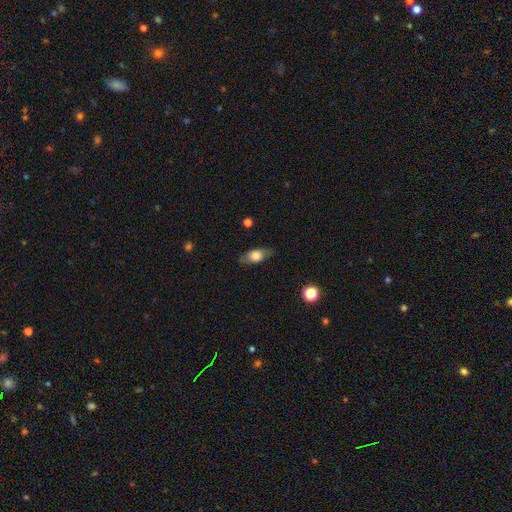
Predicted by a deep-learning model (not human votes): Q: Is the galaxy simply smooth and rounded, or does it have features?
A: smooth — 68%.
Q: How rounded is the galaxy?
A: in between — 78%.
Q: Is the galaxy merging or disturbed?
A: none — 75%.